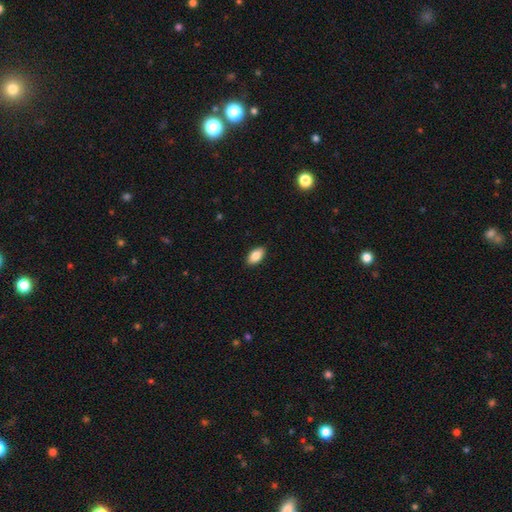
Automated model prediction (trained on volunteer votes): Smooth or featured? smooth (86%)
How rounded? in between (93%)
Merging? none (89%)